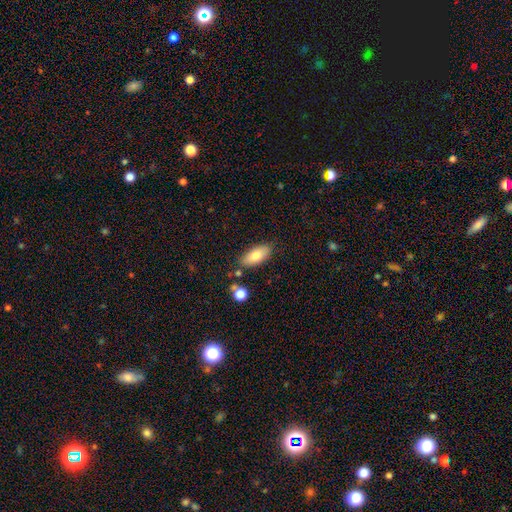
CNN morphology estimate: smooth_or_featured: smooth (p=0.78) [alt: featured or disk p=0.15]
how_rounded: in between (p=0.84) [alt: cigar-shaped p=0.13]
merging: none (p=0.80) [alt: minor disturbance p=0.13]